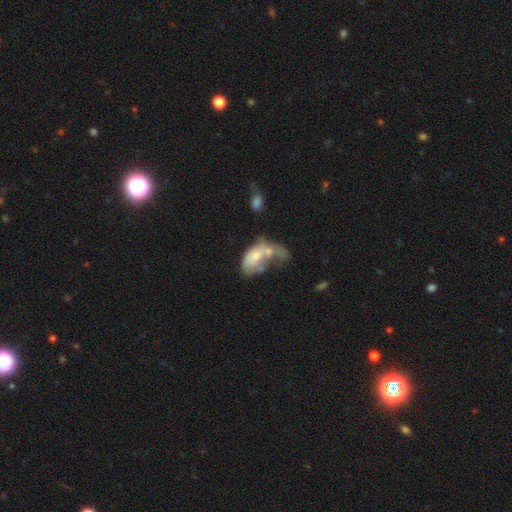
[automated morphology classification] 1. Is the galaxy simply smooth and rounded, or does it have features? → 53% smooth, 39% featured or disk, 8% star or artifact.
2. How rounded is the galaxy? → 88% in between, 9% round, 3% cigar-shaped.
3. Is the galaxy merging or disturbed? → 57% merger, 23% major disturbance, 10% minor disturbance, 10% none.